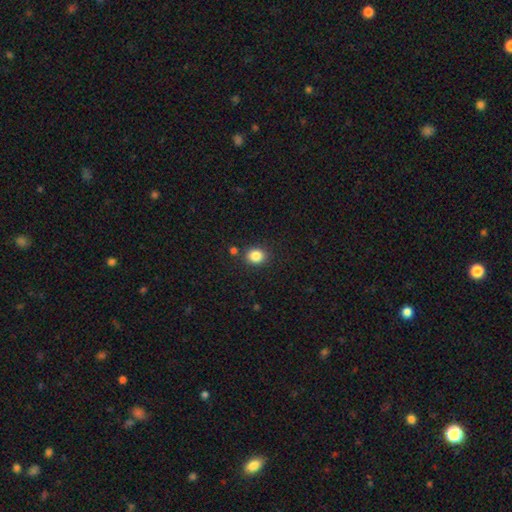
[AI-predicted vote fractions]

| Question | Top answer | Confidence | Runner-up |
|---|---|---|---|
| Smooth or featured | smooth | 85% | star or artifact (11%) |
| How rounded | round | 68% | in between (31%) |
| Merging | none | 85% | minor disturbance (8%) |